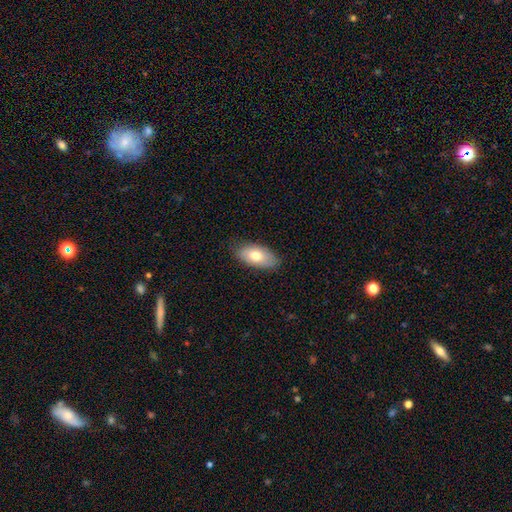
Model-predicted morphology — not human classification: Overall: smooth (73%). How rounded: in between (93%). Merging: none (82%).